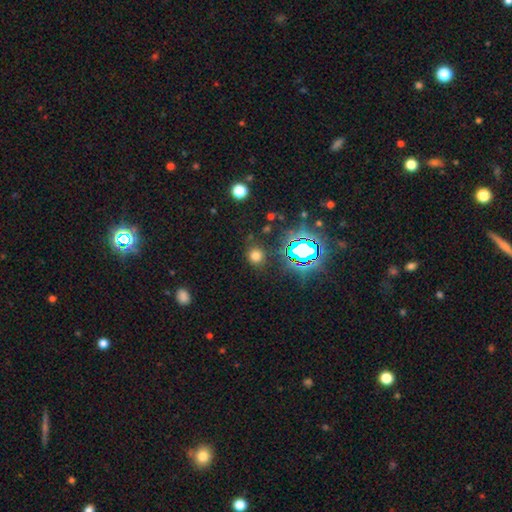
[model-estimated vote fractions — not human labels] Q: Smooth or featured?
A: smooth (67%); runner-up: star or artifact (27%)
Q: How rounded?
A: round (85%); runner-up: in between (14%)
Q: Merging?
A: none (84%); runner-up: minor disturbance (9%)